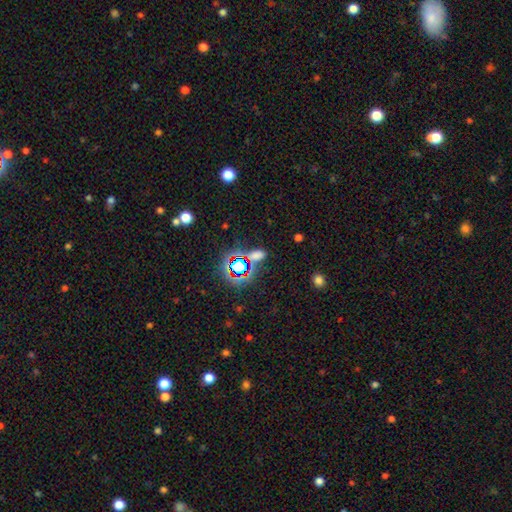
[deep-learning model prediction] A smooth galaxy with no disk features (50%). Merging: none (68%).